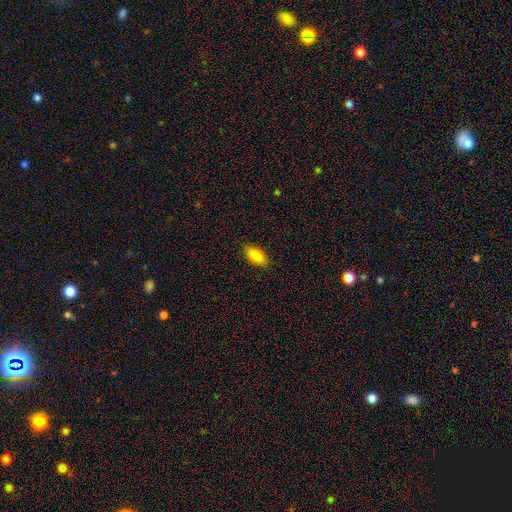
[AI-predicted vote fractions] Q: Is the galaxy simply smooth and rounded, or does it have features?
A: smooth — 88%.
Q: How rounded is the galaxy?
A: in between — 92%.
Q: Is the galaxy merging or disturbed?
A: none — 86%.